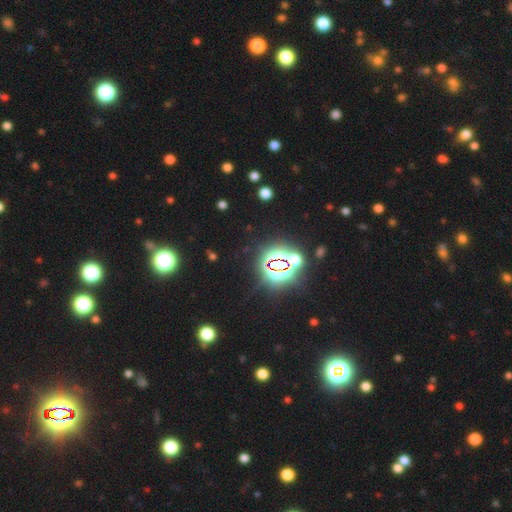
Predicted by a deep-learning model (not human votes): Smooth or featured: star or artifact — 80% (smooth — 13%)